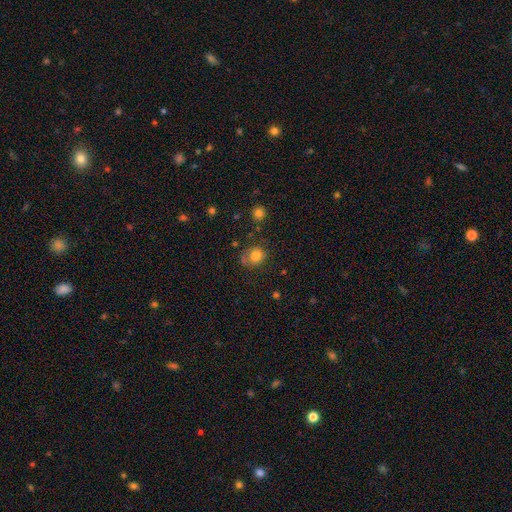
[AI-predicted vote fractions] A smooth galaxy with no disk features (79%) that is round (74%).

Vote fractions:
- Smooth or featured? smooth: 79% / star or artifact: 11% / featured or disk: 10%
- How rounded? round: 74% / in between: 25% / cigar-shaped: 1%
- Merging? none: 66% / minor disturbance: 21% / major disturbance: 8% / merger: 5%